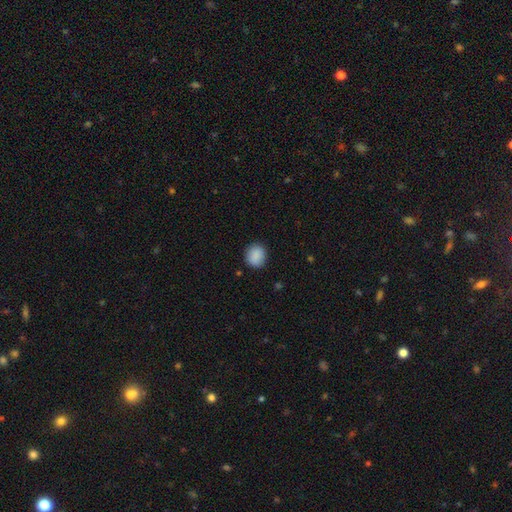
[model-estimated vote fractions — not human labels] smooth_or_featured: smooth (p=0.89) [alt: star or artifact p=0.08]
how_rounded: round (p=0.77) [alt: in between p=0.22]
merging: none (p=0.87) [alt: minor disturbance p=0.09]